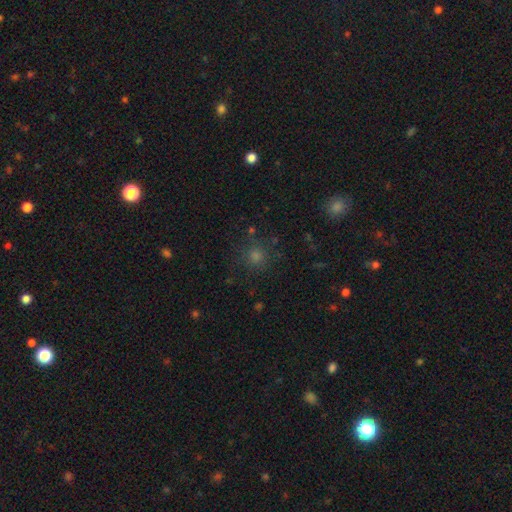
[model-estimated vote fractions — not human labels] smooth 63%, star or artifact 30%, featured or disk 7%. Down the decision tree: how rounded — round (93%); merging — none (85%).